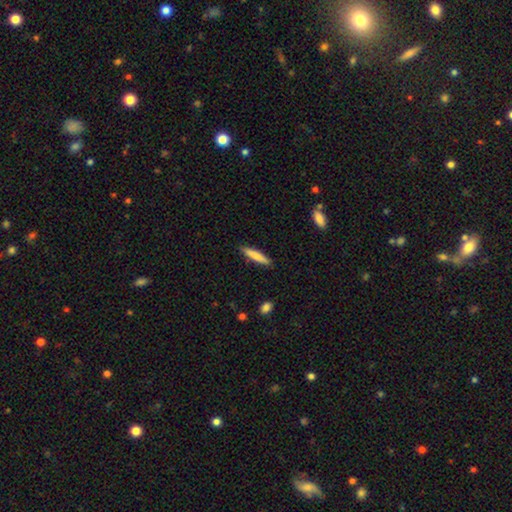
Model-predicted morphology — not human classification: This is likely a smooth galaxy (79%). How rounded: clearly cigar-shaped (90%). Merging: clearly none (89%).